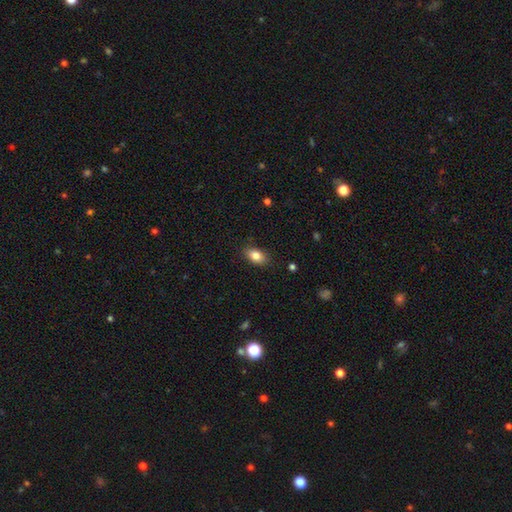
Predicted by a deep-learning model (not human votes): smooth-or-featured: smooth: 82% | featured or disk: 9% | star or artifact: 8%
  how-rounded: in between: 88% | round: 9% | cigar-shaped: 3%
  merging: none: 86% | minor disturbance: 11% | major disturbance: 2% | merger: 1%